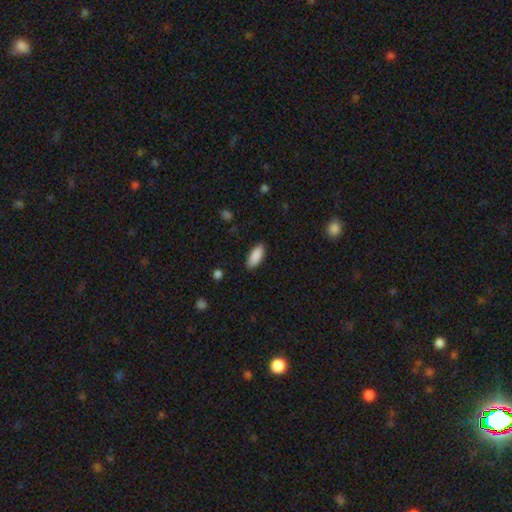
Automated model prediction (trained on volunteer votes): Smooth or featured?
  - smooth: 90% *
  - star or artifact: 6%
  - featured or disk: 4%
How rounded?
  - in between: 84% *
  - cigar-shaped: 15%
  - round: 2%
Merging?
  - none: 87% *
  - minor disturbance: 10%
  - major disturbance: 2%
  - merger: 1%